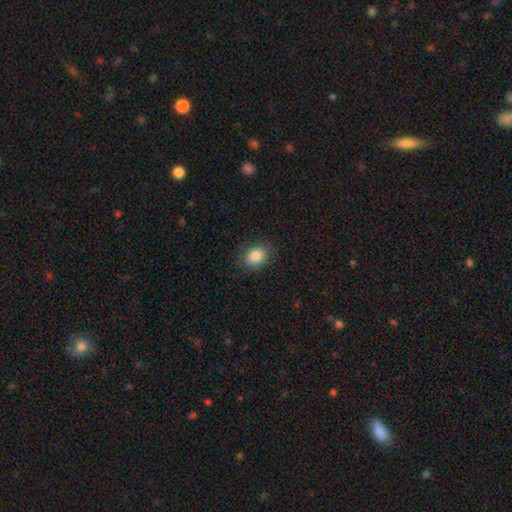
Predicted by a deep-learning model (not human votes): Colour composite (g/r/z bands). It shows a smooth galaxy with no disk features (84%) that is in between round and cigar-shaped (51%). Merging: none (84%).